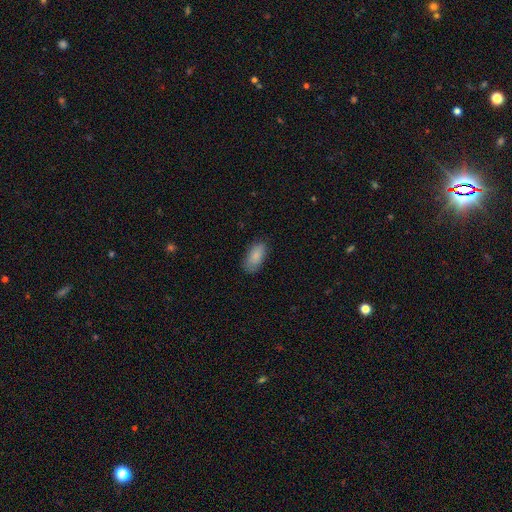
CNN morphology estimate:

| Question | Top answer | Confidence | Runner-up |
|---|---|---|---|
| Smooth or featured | smooth | 87% | featured or disk (7%) |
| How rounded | in between | 90% | cigar-shaped (7%) |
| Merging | none | 80% | minor disturbance (15%) |